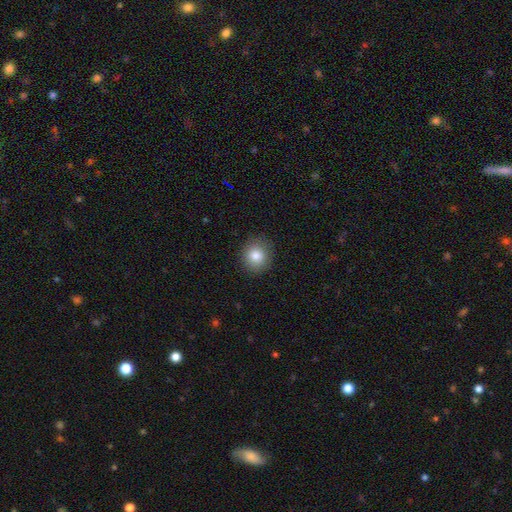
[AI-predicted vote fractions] The model was most divided on "how rounded": round: 85%, in between: 14%, cigar-shaped: 1%. More confident: merging — none (89%); smooth or featured — smooth (83%).